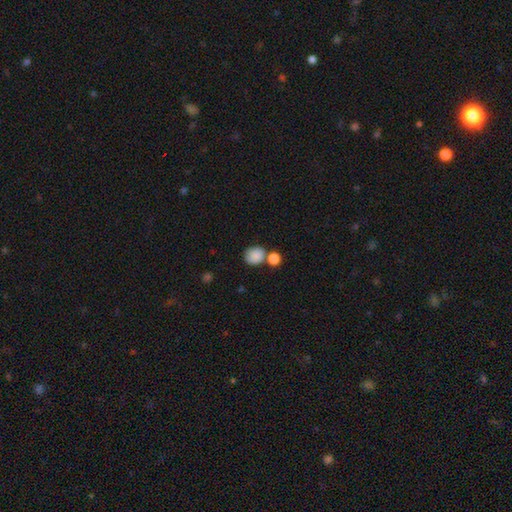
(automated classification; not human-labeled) This is clearly a smooth galaxy (85%). How rounded: likely round (72%). Merging: possibly none (57%).